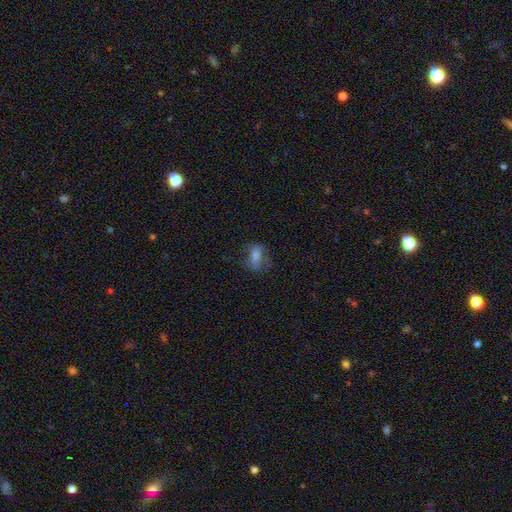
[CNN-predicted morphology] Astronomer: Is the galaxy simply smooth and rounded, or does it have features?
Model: smooth — 60%.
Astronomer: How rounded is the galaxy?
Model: in between — 70%.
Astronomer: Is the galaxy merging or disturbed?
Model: none — 63%.